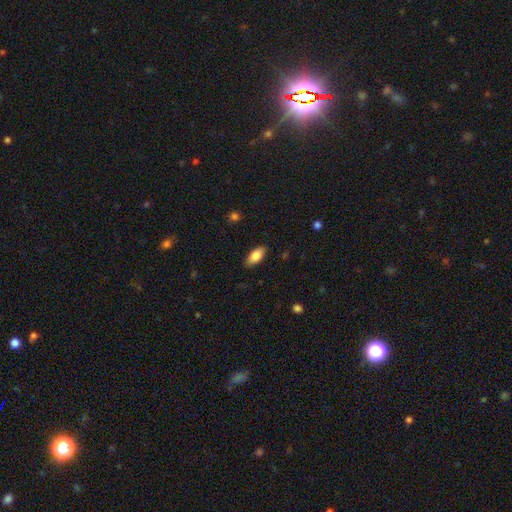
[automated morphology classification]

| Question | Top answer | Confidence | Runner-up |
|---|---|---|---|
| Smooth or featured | smooth | 82% | featured or disk (12%) |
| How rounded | in between | 85% | cigar-shaped (12%) |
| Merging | none | 86% | minor disturbance (11%) |